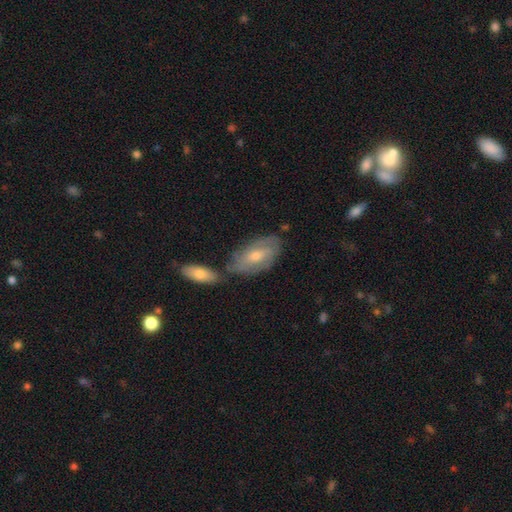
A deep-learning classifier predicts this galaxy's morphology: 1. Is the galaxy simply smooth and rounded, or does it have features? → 55% featured or disk, 38% smooth, 7% star or artifact.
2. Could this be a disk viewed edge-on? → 88% no, 12% yes.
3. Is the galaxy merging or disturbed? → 60% none, 18% minor disturbance, 17% merger, 5% major disturbance.